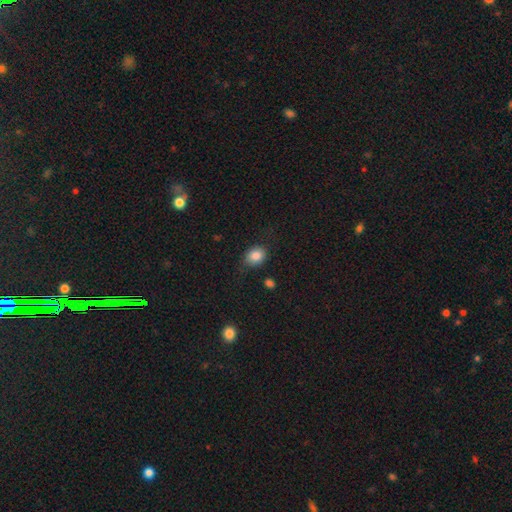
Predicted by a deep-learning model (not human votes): Smooth or featured: smooth — 85% (star or artifact — 9%)
How rounded: in between — 54% (round — 45%)
Merging: none — 71% (minor disturbance — 20%)